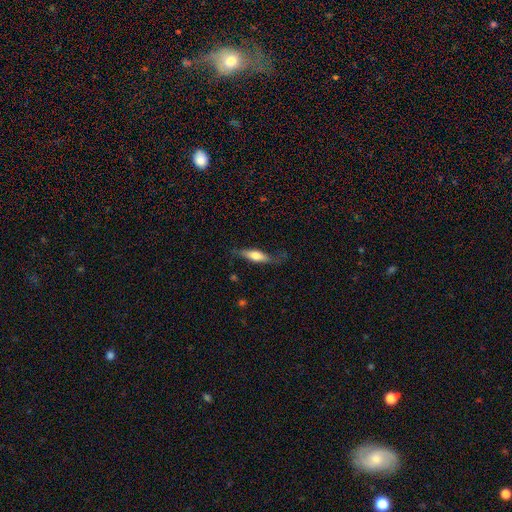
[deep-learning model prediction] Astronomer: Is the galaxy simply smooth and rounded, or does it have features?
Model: smooth — 59% (runner-up: featured or disk, 35%).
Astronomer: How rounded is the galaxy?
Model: cigar-shaped — 58% (runner-up: in between, 39%).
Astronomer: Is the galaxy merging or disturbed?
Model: none — 63%.